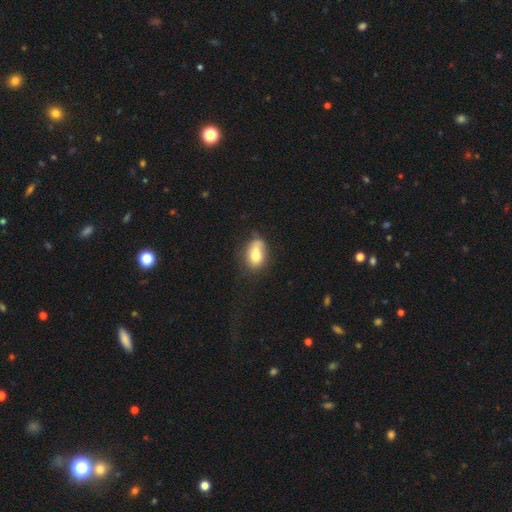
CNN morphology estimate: The model was most divided on "merging": none: 39%, minor disturbance: 27%, merger: 20%, major disturbance: 14%. More confident: how rounded — in between (79%); smooth or featured — smooth (68%).